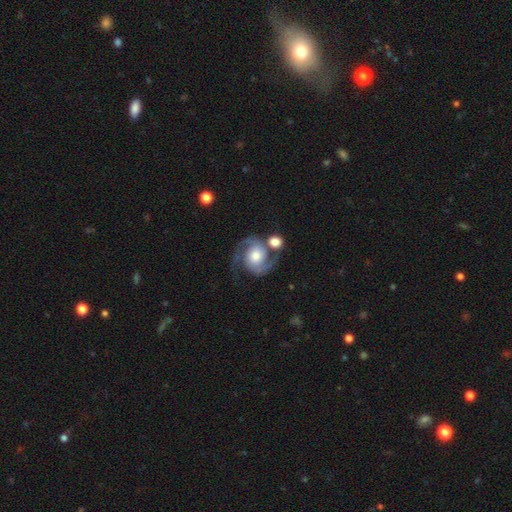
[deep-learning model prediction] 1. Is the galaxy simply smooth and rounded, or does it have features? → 90% featured or disk, 6% smooth, 5% star or artifact.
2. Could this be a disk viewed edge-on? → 98% no, 2% yes.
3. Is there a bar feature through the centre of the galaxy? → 69% no, 24% weak, 7% strong.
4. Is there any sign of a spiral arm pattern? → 98% yes, 2% no.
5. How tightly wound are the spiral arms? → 58% medium, 26% tight, 17% loose.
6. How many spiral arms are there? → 93% 2, 2% 3, 2% can't tell, 1% 1, 1% 4, 1% more than 4.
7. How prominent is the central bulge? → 56% moderate, 20% small, 18% large, 3% none, 3% dominant.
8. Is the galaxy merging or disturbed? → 62% none, 16% merger, 14% minor disturbance, 8% major disturbance.